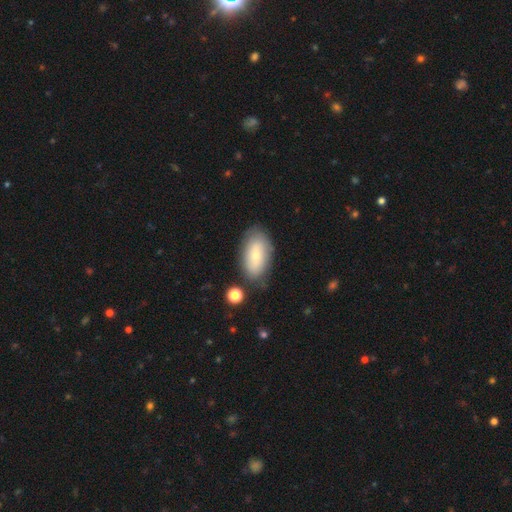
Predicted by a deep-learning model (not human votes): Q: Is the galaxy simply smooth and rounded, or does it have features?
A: smooth — 67%.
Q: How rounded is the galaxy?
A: in between — 92%.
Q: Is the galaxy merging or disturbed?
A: none — 75%.